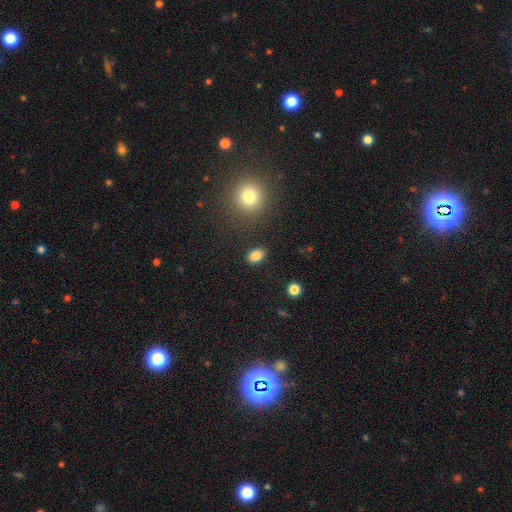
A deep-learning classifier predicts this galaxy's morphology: This appears to be a smooth galaxy with no disk features (85%) that is in between round and cigar-shaped (78%). Merging: none (87%).